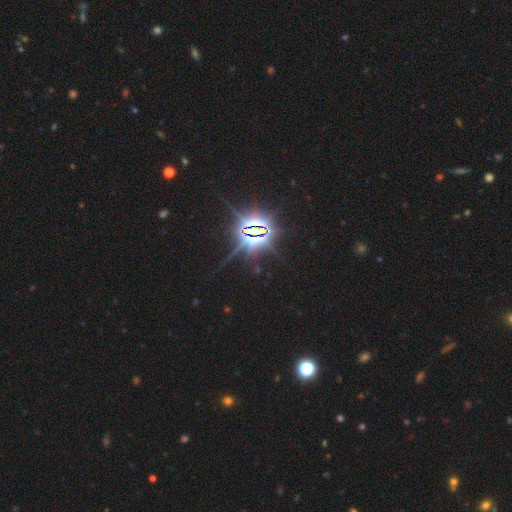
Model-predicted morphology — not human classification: Smooth or featured?
  - star or artifact: 86% *
  - smooth: 8%
  - featured or disk: 6%